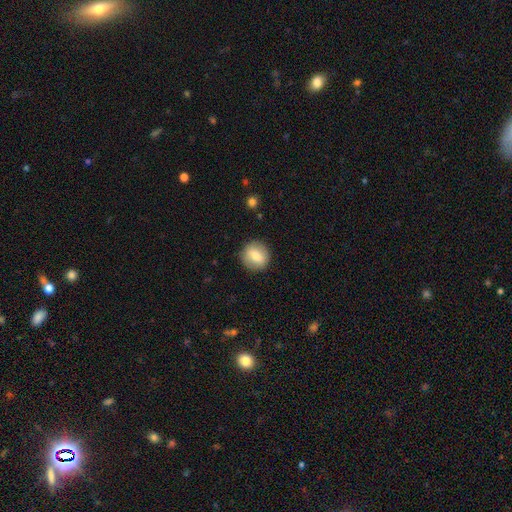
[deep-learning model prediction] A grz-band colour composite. It shows a smooth galaxy with no disk features (72%) that is round (88%). Merging: none (89%).